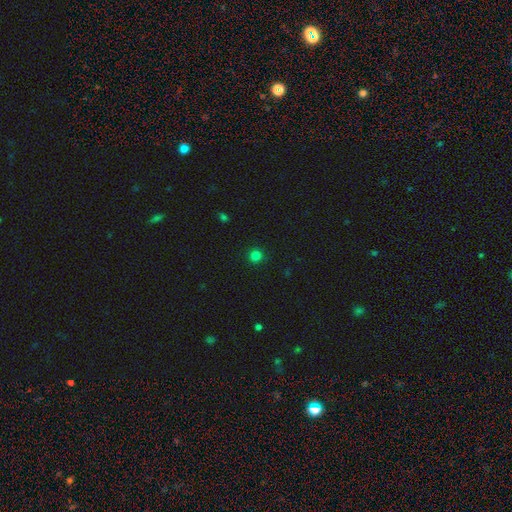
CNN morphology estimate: Smooth or featured?
  - smooth: 80% *
  - star or artifact: 16%
  - featured or disk: 4%
How rounded?
  - round: 94% *
  - in between: 5%
  - cigar-shaped: 1%
Merging?
  - none: 91% *
  - minor disturbance: 6%
  - major disturbance: 2%
  - merger: 1%